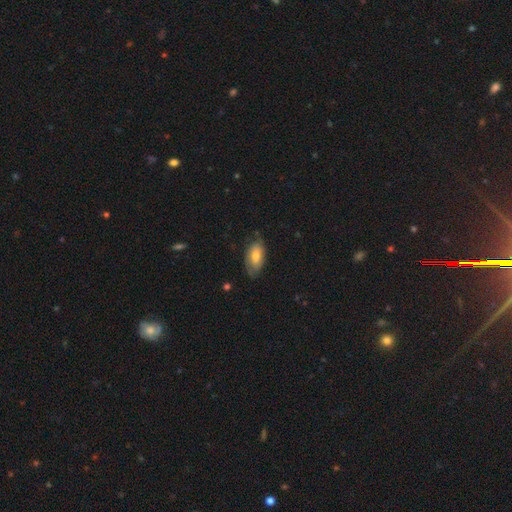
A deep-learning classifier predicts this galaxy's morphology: The model was most divided on "merging": none: 66%, minor disturbance: 26%, major disturbance: 6%, merger: 1%. More confident: how rounded — in between (92%); smooth or featured — smooth (69%).